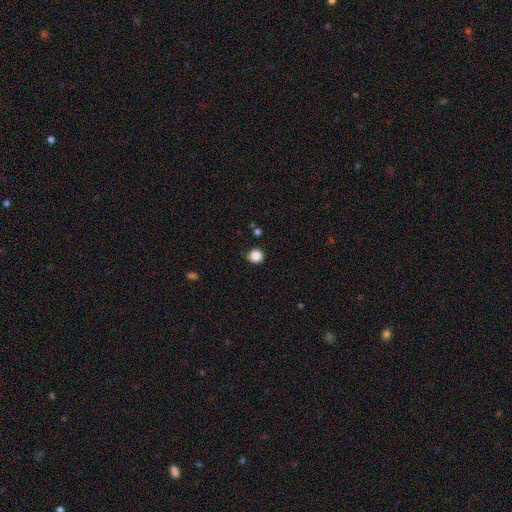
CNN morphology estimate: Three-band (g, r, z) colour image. It shows a smooth galaxy with no disk features (86%) that is round (94%). Merging: none (86%).